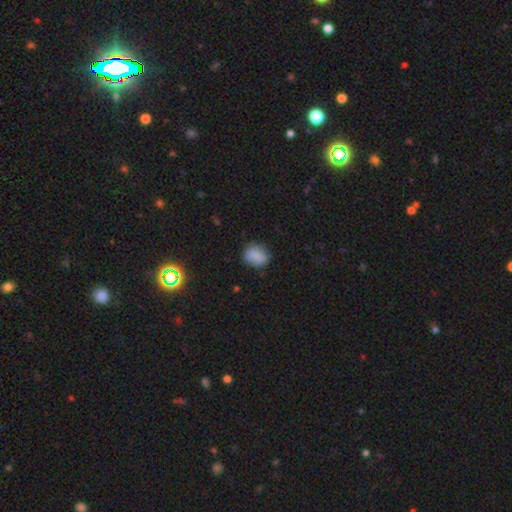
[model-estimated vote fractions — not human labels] This is clearly a smooth galaxy (82%). How rounded: possibly round (50%). Merging: likely none (79%).